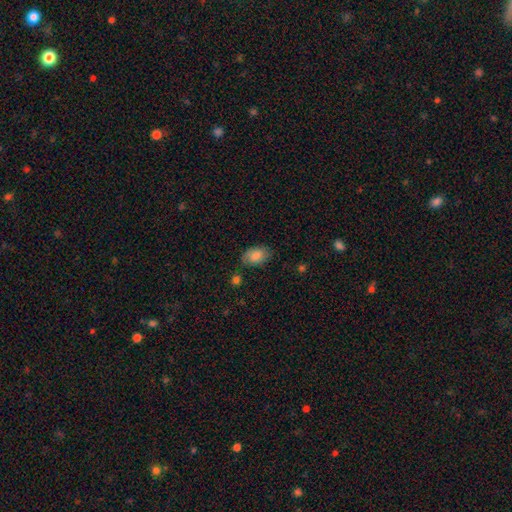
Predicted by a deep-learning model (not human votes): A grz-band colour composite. It shows a smooth galaxy with no disk features (82%) that is in between round and cigar-shaped (89%). Merging: none (71%).